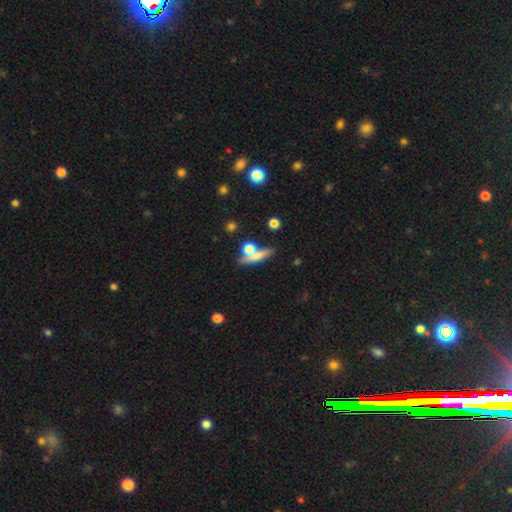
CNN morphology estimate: type=smooth (62%); roundness=cigar-shaped (66%); merging=none (63%).